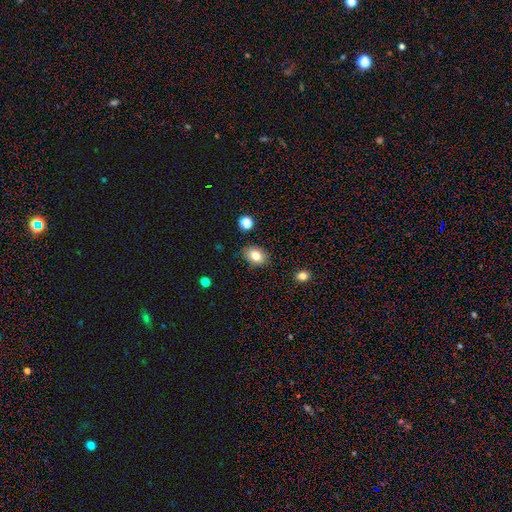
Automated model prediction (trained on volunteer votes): The model was most divided on "how rounded": in between: 61%, round: 38%, cigar-shaped: 1%. More confident: merging — none (85%); smooth or featured — smooth (80%).